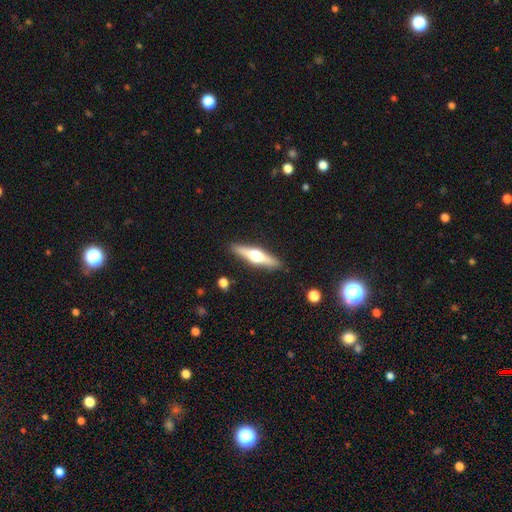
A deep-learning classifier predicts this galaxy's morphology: smooth_or_featured: featured or disk (p=0.66) [alt: smooth p=0.29]
disk_edge_on: yes (p=0.96) [alt: no p=0.04]
edge_on_bulge: rounded (p=0.96) [alt: boxy p=0.03]
merging: none (p=0.90) [alt: minor disturbance p=0.07]